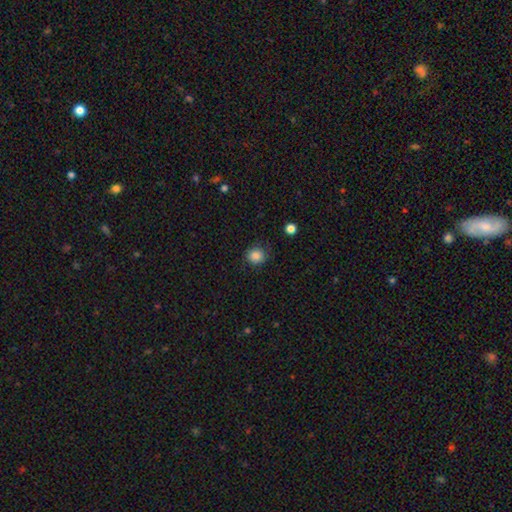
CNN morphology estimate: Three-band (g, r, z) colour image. It shows a smooth galaxy with no disk features (85%) that is round (84%). Merging: none (81%).